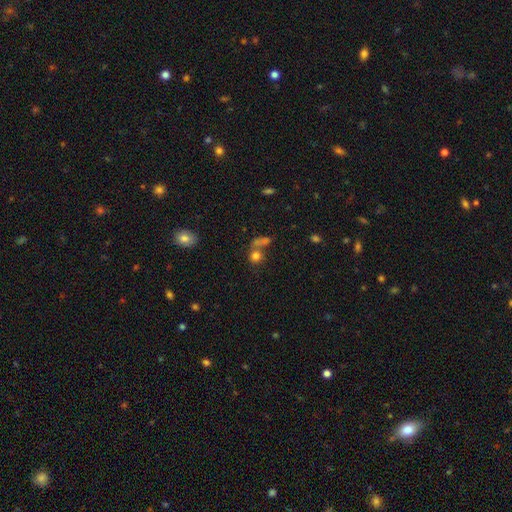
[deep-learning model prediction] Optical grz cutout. It shows a smooth galaxy with no disk features (77%) that is round (81%). Merging: none (50%).